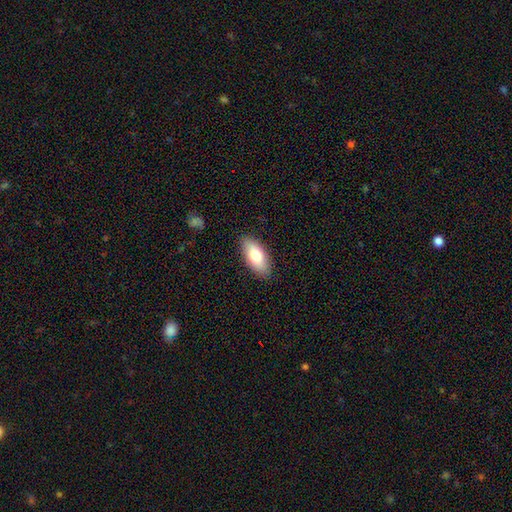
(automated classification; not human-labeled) Smooth or featured? Predicted: smooth (p=0.79). How rounded? Predicted: in between (p=0.88). Merging? Predicted: none (p=0.87).